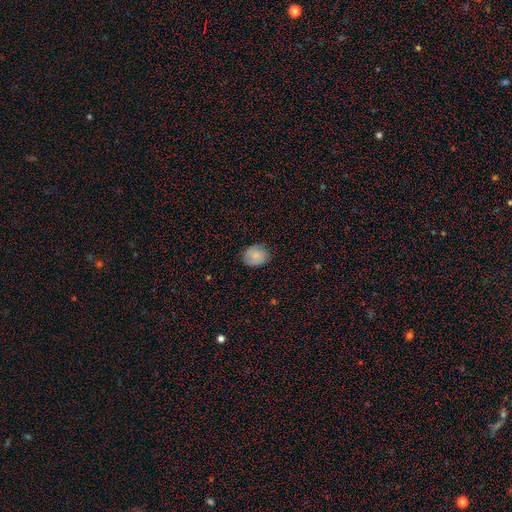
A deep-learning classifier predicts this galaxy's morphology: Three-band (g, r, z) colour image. It shows a smooth galaxy with no disk features (71%) that is round (62%). Merging: none (80%).